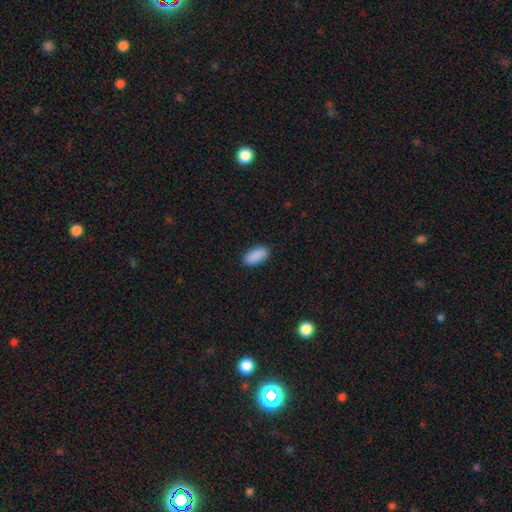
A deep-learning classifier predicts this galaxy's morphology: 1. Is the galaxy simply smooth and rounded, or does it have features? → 91% smooth, 7% star or artifact, 3% featured or disk.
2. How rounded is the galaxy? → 89% in between, 9% cigar-shaped, 2% round.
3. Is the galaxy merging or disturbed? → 89% none, 8% minor disturbance, 2% major disturbance, 1% merger.